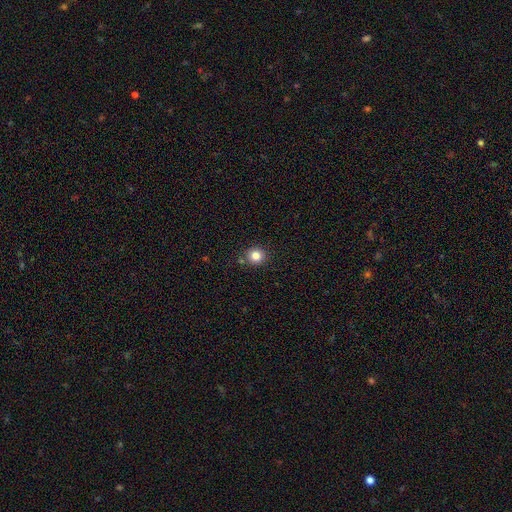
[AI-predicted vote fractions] smooth_or_featured: smooth (p=0.83) [alt: star or artifact p=0.11]
how_rounded: round (p=0.89) [alt: in between p=0.10]
merging: none (p=0.83) [alt: minor disturbance p=0.09]